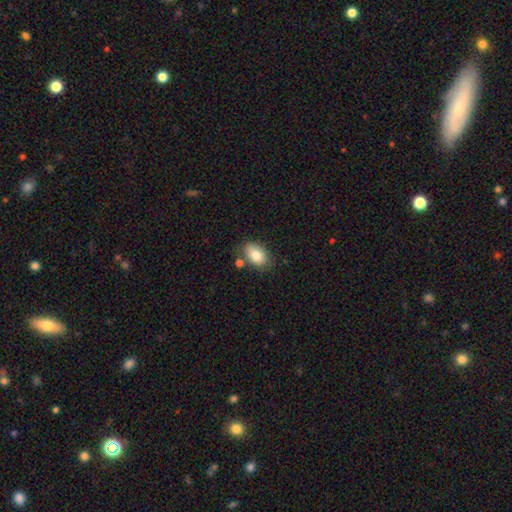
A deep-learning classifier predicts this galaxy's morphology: Smooth or featured? smooth (81%)
How rounded? in between (85%)
Merging? none (69%)